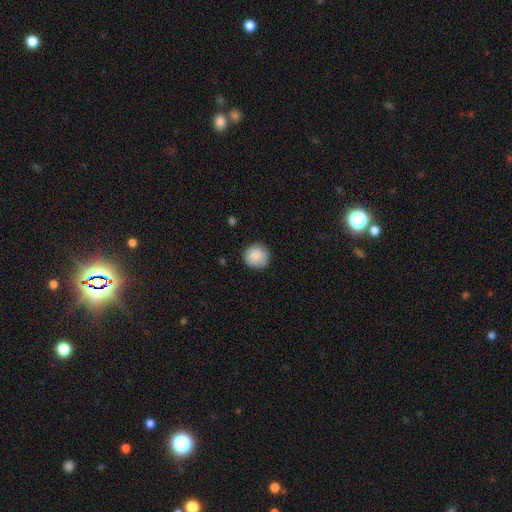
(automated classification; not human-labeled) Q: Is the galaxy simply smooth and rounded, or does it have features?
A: smooth — 87%.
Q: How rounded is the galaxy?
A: round — 93%.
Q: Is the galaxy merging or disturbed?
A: none — 84%.